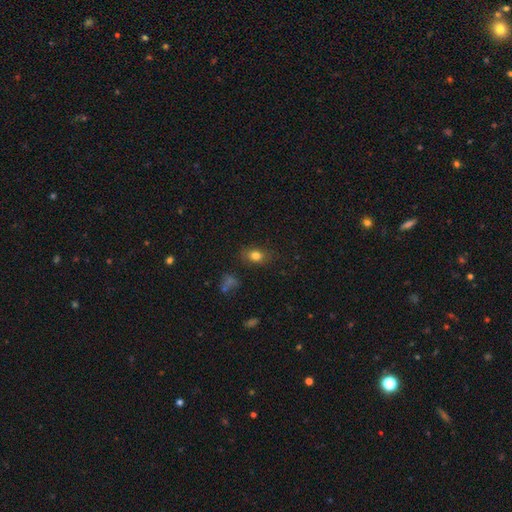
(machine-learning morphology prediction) smooth_or_featured: smooth (p=0.79) [alt: star or artifact p=0.12]
how_rounded: in between (p=0.72) [alt: round p=0.26]
merging: none (p=0.80) [alt: minor disturbance p=0.14]